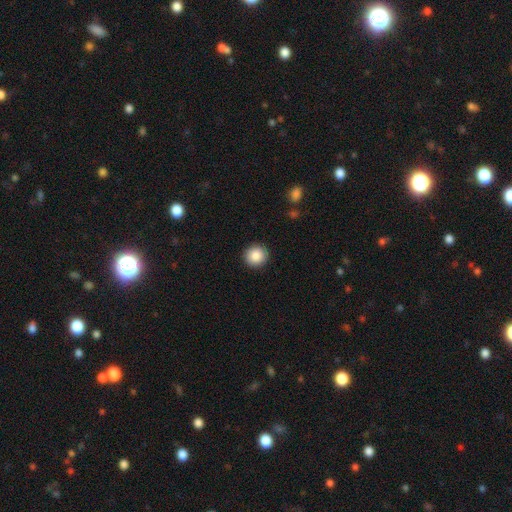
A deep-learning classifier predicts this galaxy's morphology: The model was most divided on "smooth or featured": smooth: 87%, star or artifact: 9%, featured or disk: 5%. More confident: how rounded — round (92%); merging — none (92%).